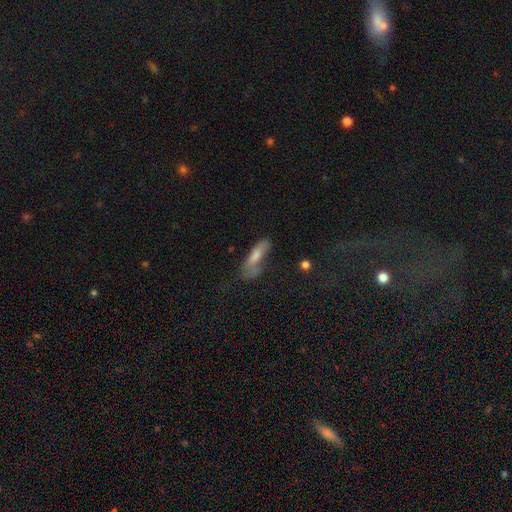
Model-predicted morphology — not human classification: Smooth or featured? Predicted: smooth (p=0.60). How rounded? Predicted: cigar-shaped (p=0.57). Merging? Predicted: none (p=0.41).